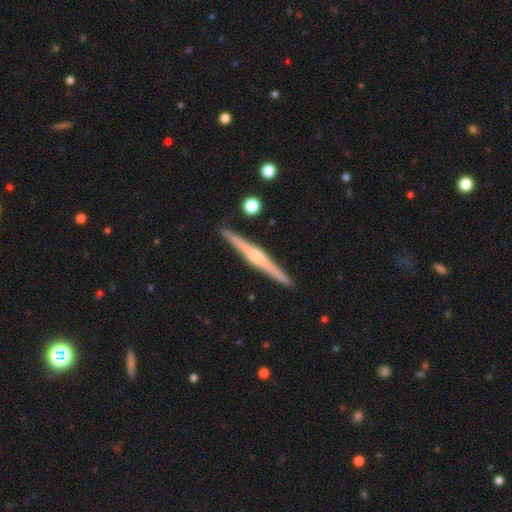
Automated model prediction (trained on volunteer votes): Morphology: type=featured or disk (77%); edge-on=yes (98%); edge-on bulge=rounded (66%); merging=none (91%).